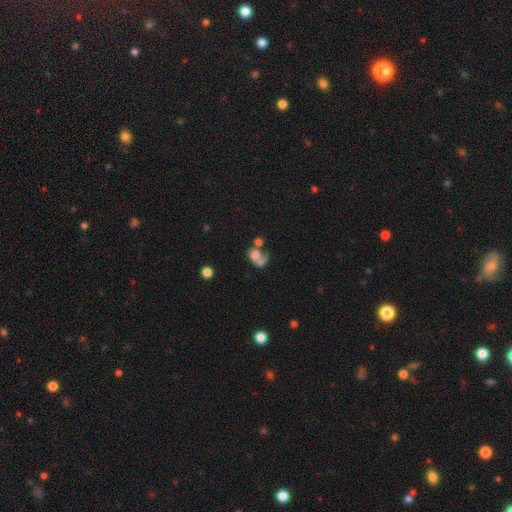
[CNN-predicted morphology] smooth_or_featured: smooth (p=0.54) [alt: featured or disk p=0.34]
how_rounded: in between (p=0.52) [alt: round p=0.47]
merging: merger (p=0.50) [alt: major disturbance p=0.21]